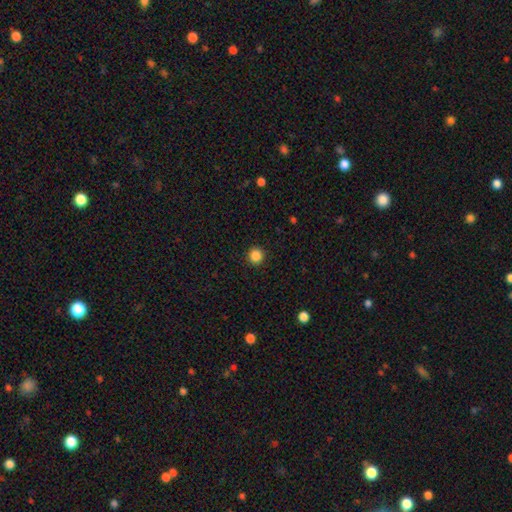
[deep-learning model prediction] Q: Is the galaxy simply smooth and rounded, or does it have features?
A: smooth — 87%.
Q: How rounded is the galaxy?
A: round — 94%.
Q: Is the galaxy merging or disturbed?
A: none — 93%.